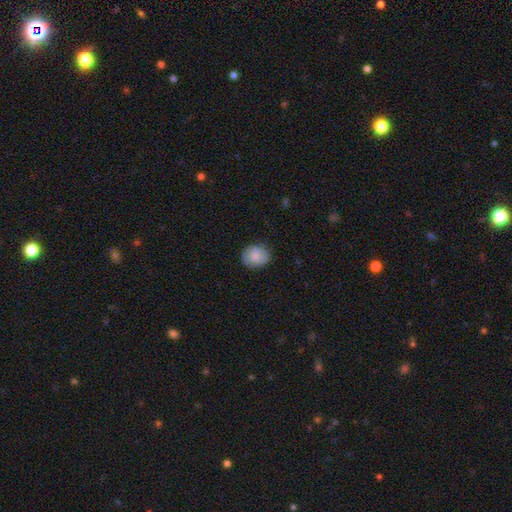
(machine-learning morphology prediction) This is clearly a smooth galaxy (81%). How rounded: likely round (70%). Merging: clearly none (81%).